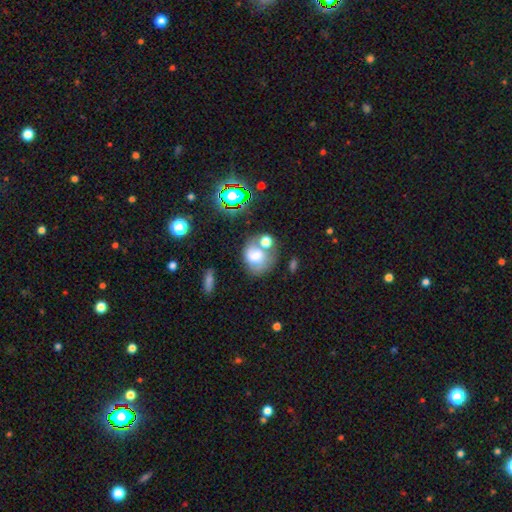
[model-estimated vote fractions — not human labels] A smooth galaxy with no disk features (59%) that is round (61%).

Vote fractions:
- Smooth or featured? smooth: 59% / featured or disk: 25% / star or artifact: 15%
- How rounded? round: 61% / in between: 38% / cigar-shaped: 1%
- Merging? none: 38% / merger: 31% / minor disturbance: 18% / major disturbance: 13%